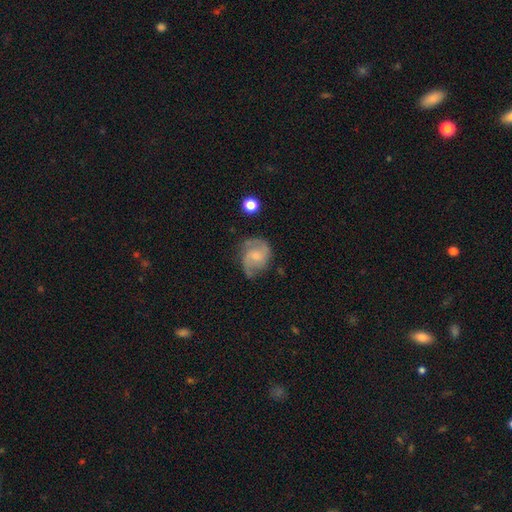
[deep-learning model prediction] Q: Smooth or featured?
A: featured or disk (73%); runner-up: smooth (20%)
Q: Edge-on disk?
A: no (98%); runner-up: yes (2%)
Q: Bar?
A: no (51%); runner-up: weak (42%)
Q: Spiral arms?
A: yes (93%); runner-up: no (7%)
Q: Spiral winding?
A: medium (52%); runner-up: loose (28%)
Q: Spiral arm count?
A: 2 (85%); runner-up: can't tell (7%)
Q: Bulge size?
A: small (47%); runner-up: moderate (32%)
Q: Merging?
A: none (61%); runner-up: minor disturbance (25%)